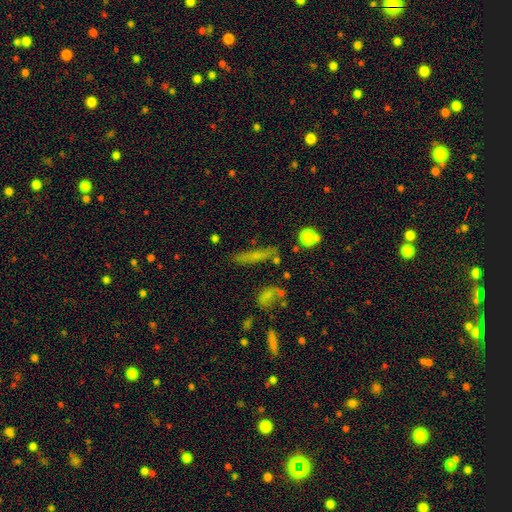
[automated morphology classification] A smooth galaxy with no disk features (54%) that is cigar-shaped (83%). Merging: none (71%).